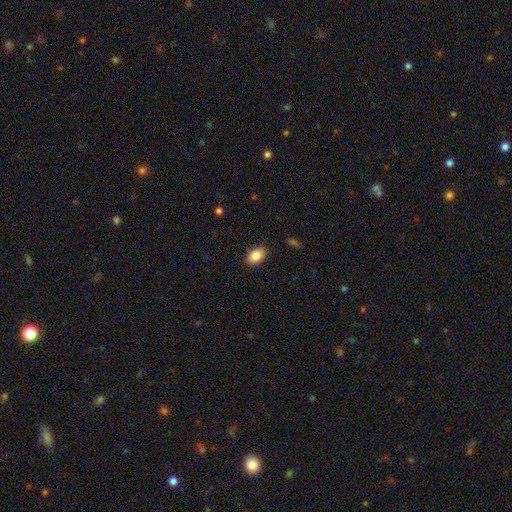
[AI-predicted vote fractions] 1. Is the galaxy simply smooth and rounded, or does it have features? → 85% smooth, 8% star or artifact, 7% featured or disk.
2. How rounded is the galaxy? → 83% in between, 16% round, 1% cigar-shaped.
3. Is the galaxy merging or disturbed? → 87% none, 10% minor disturbance, 2% major disturbance, 1% merger.